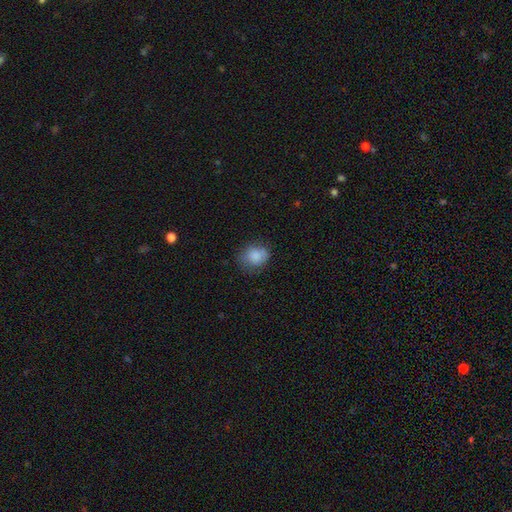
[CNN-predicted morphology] The model was most divided on "how rounded": round: 62%, in between: 37%, cigar-shaped: 1%. More confident: smooth or featured — smooth (84%); merging — none (66%).